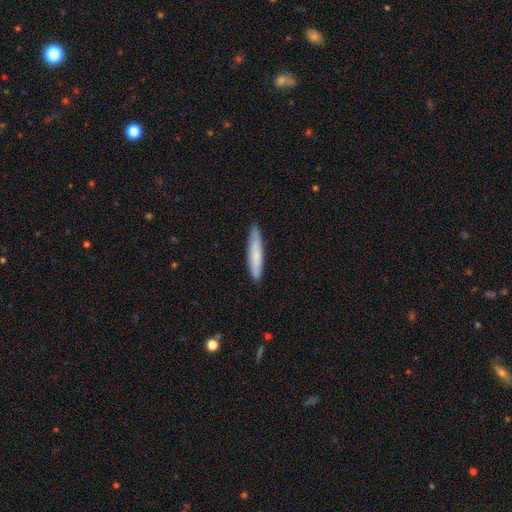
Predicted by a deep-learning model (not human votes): Smooth or featured? smooth (73%)
How rounded? cigar-shaped (91%)
Merging? none (87%)